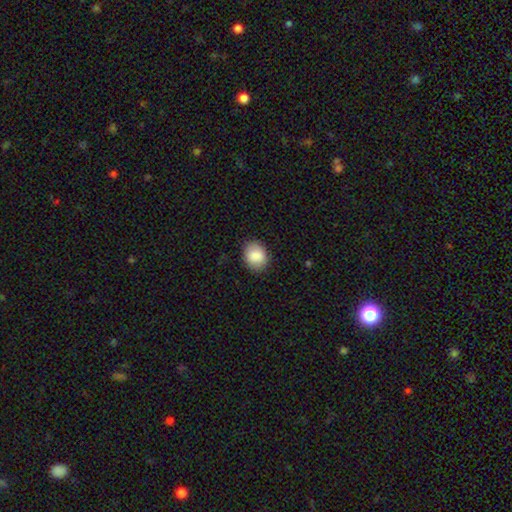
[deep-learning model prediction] Smooth or featured?
  - smooth: 87% *
  - star or artifact: 7%
  - featured or disk: 6%
How rounded?
  - round: 50% * (tied)
  - in between: 50% * (tied)
  - cigar-shaped: 1%
Merging?
  - none: 86% *
  - minor disturbance: 10%
  - major disturbance: 2%
  - merger: 1%